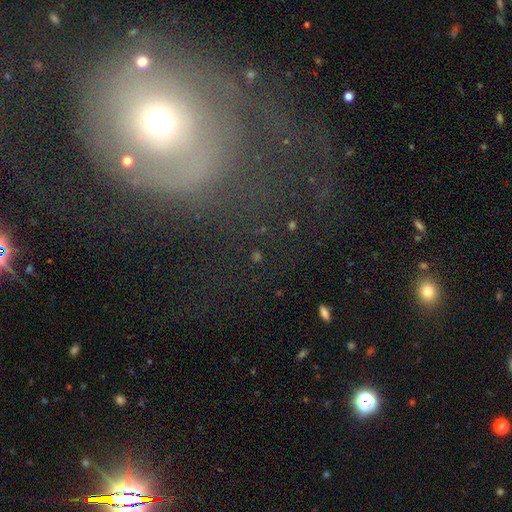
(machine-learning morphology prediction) Smooth or featured? Predicted: star or artifact (p=0.42).